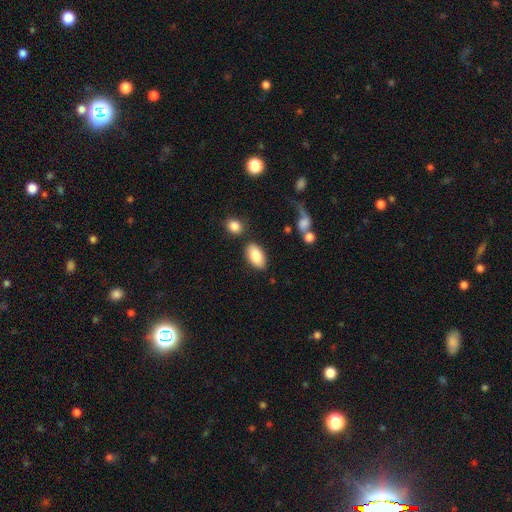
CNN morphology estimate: This appears to be a smooth galaxy with no disk features (85%) that is in between round and cigar-shaped (94%). Merging: none (79%).